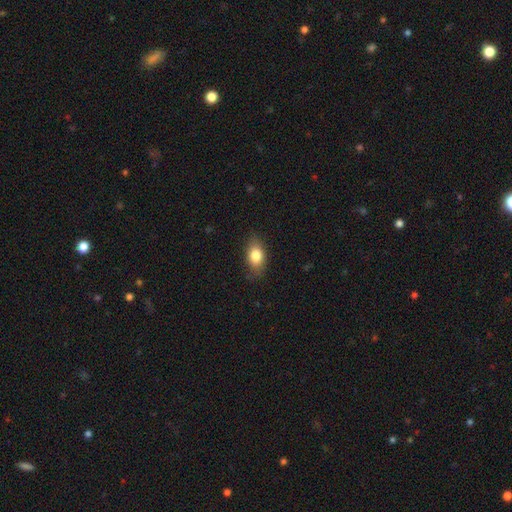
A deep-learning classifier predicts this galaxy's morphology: smooth_or_featured: smooth (p=0.81) [alt: featured or disk p=0.11]
how_rounded: in between (p=0.85) [alt: round p=0.12]
merging: none (p=0.80) [alt: minor disturbance p=0.16]